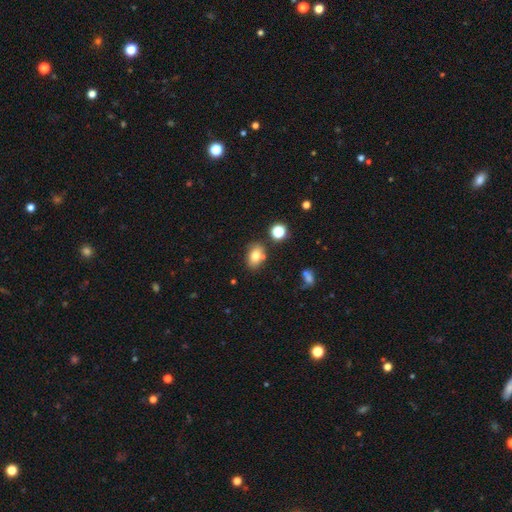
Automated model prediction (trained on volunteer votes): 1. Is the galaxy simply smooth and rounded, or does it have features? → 76% smooth, 12% star or artifact, 12% featured or disk.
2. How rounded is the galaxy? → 76% in between, 23% round, 1% cigar-shaped.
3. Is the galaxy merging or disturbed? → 73% none, 13% minor disturbance, 10% merger, 3% major disturbance.